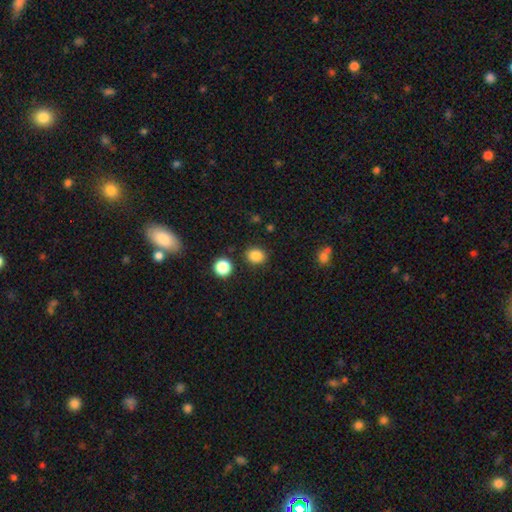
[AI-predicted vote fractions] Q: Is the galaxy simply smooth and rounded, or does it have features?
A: smooth — 85%.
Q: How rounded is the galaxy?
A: round — 63%.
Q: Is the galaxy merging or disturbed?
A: none — 86%.